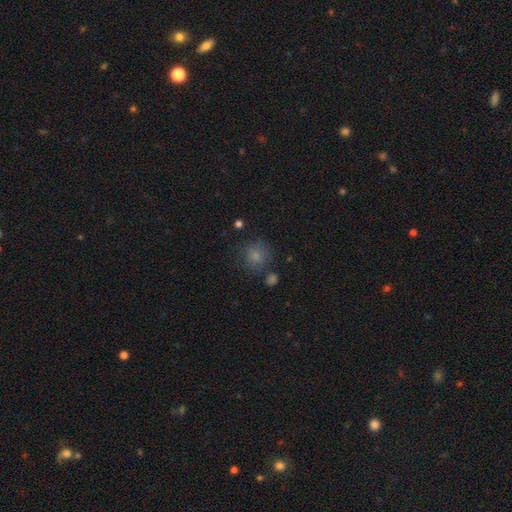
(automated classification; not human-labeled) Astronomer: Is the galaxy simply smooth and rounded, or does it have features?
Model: smooth — 77%.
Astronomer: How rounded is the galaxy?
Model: round — 83%.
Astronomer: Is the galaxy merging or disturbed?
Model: none — 69%.